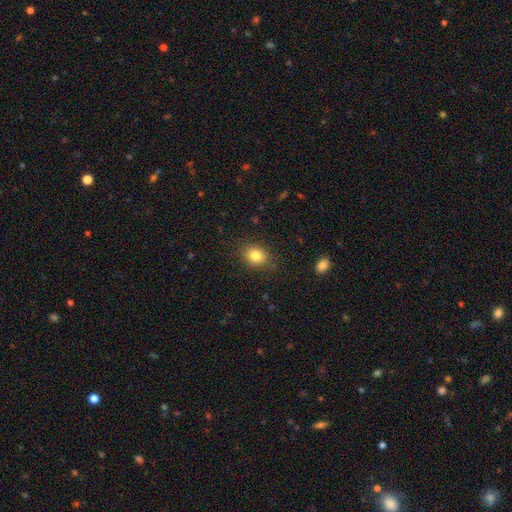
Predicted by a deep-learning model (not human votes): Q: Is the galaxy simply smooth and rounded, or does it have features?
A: smooth — 82%.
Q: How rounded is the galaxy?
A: round — 52%.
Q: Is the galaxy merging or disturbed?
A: none — 85%.